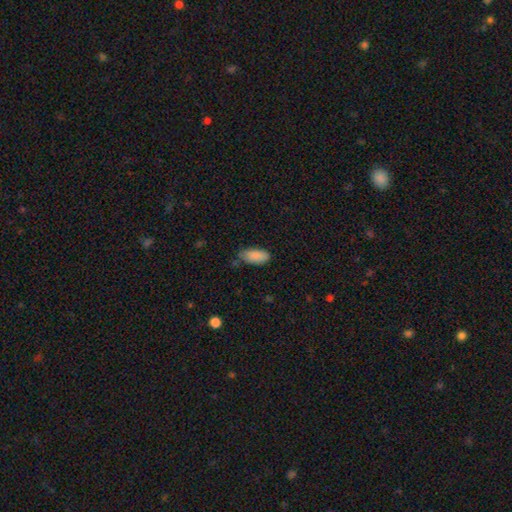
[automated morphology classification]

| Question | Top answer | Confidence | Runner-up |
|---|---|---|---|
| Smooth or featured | smooth | 88% | star or artifact (7%) |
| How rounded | in between | 90% | cigar-shaped (9%) |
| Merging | none | 62% | minor disturbance (29%) |